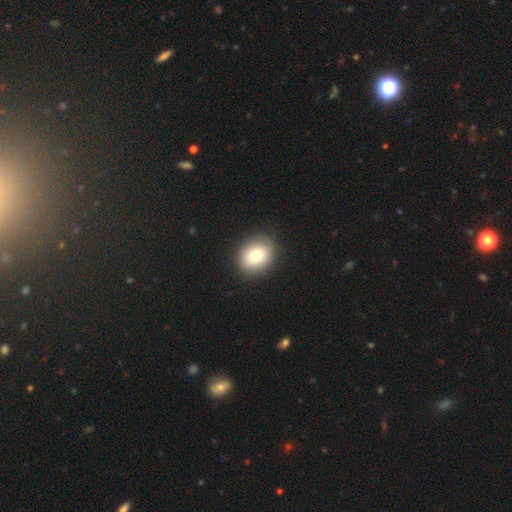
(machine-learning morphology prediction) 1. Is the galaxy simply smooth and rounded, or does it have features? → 77% smooth, 14% featured or disk, 9% star or artifact.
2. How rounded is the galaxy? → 61% round, 39% in between, 1% cigar-shaped.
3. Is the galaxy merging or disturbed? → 86% none, 10% minor disturbance, 3% major disturbance, 1% merger.